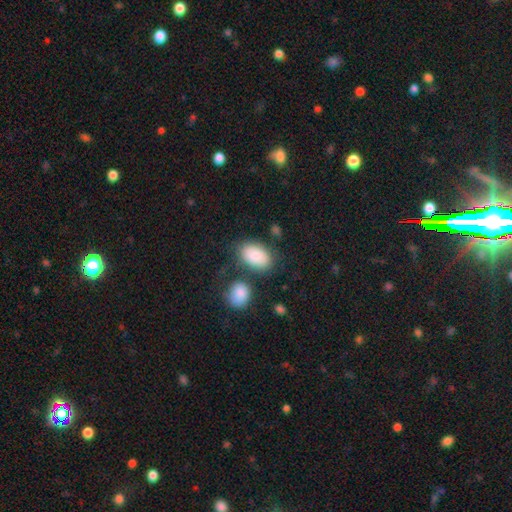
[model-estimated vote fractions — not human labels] A smooth galaxy with no disk features (86%) that is in between round and cigar-shaped (91%). Merging: none (64%).